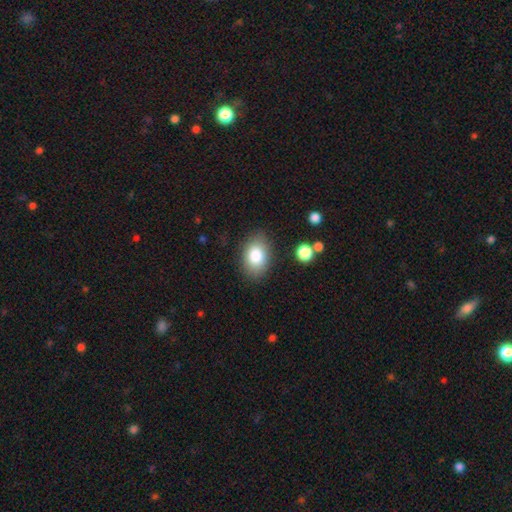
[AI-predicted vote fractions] The model was most divided on "how rounded": in between: 82%, round: 17%, cigar-shaped: 1%. More confident: smooth or featured — smooth (83%); merging — none (82%).